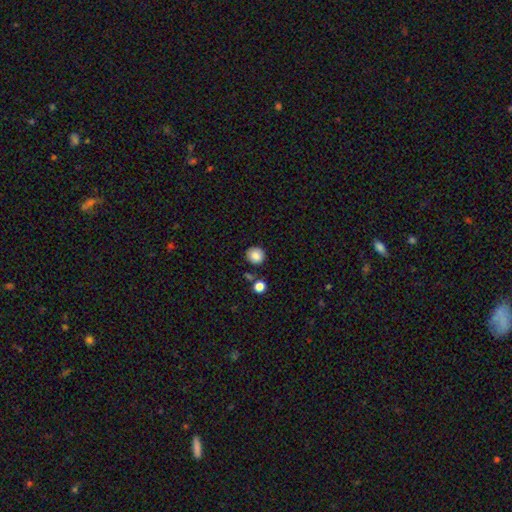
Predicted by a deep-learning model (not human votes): A smooth galaxy with no disk features (85%) that is round (90%). Merging: none (83%).